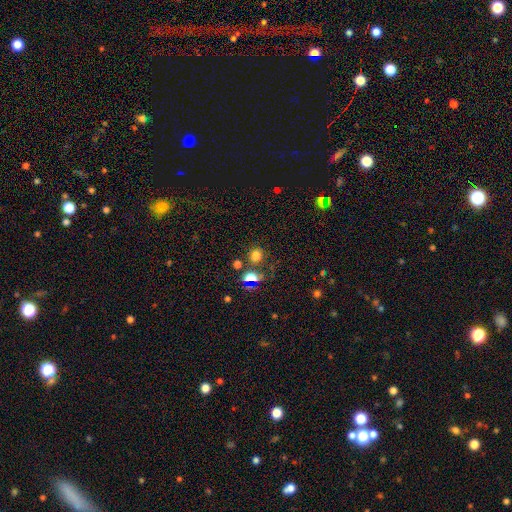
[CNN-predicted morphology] The model was most divided on "how rounded": round: 76%, in between: 23%, cigar-shaped: 1%. More confident: smooth or featured — smooth (73%); merging — none (71%).